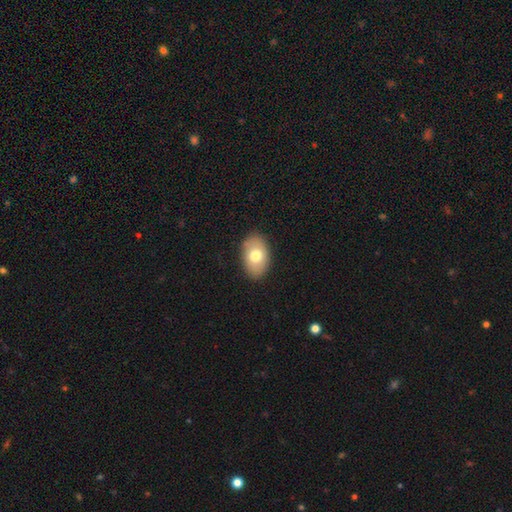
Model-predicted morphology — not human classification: Smooth or featured? Predicted: smooth (p=0.72). How rounded? Predicted: in between (p=0.88). Merging? Predicted: none (p=0.86).